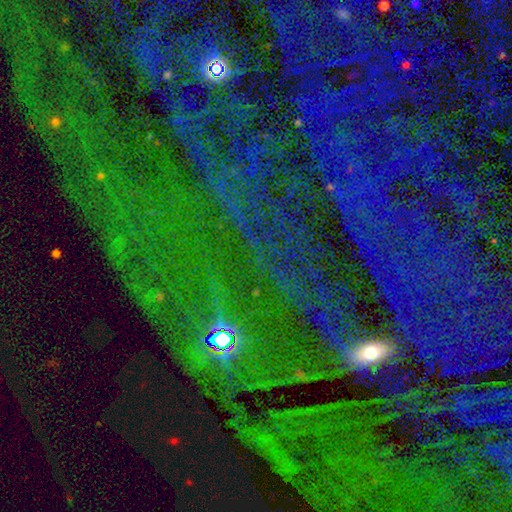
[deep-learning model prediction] Morphology: type=star or artifact (80%).